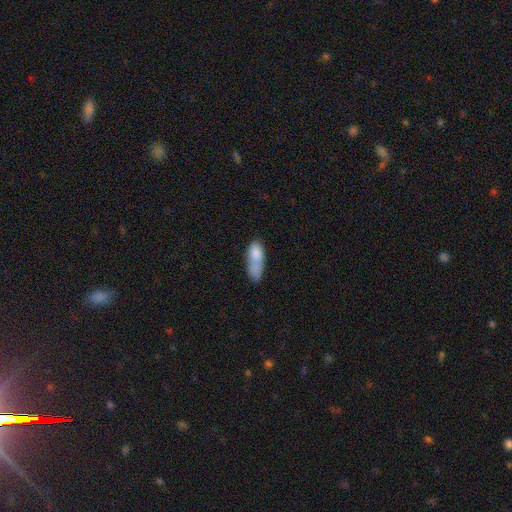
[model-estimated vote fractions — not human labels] smooth 77%, featured or disk 14%, star or artifact 8%. Down the decision tree: how rounded — in between (65%); merging — none (31%).